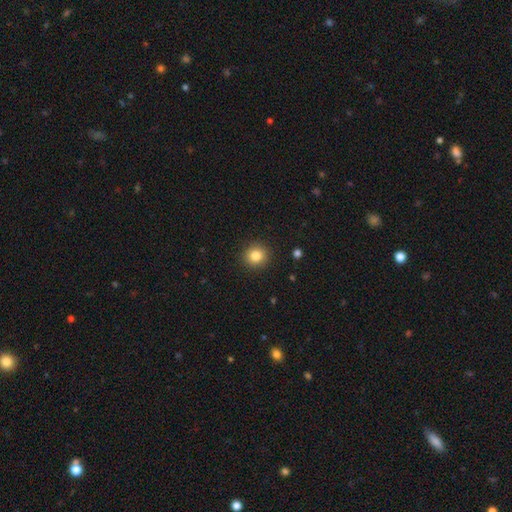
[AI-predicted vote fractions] smooth-or-featured: smooth: 83% | star or artifact: 11% | featured or disk: 6%
  how-rounded: round: 91% | in between: 8% | cigar-shaped: 1%
  merging: none: 91% | minor disturbance: 6% | major disturbance: 2% | merger: 1%